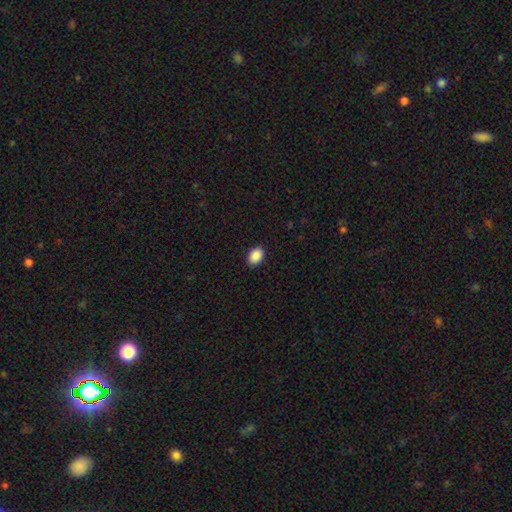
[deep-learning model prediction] Smooth or featured? Predicted: smooth (p=0.90). How rounded? Predicted: in between (p=0.78). Merging? Predicted: none (p=0.90).